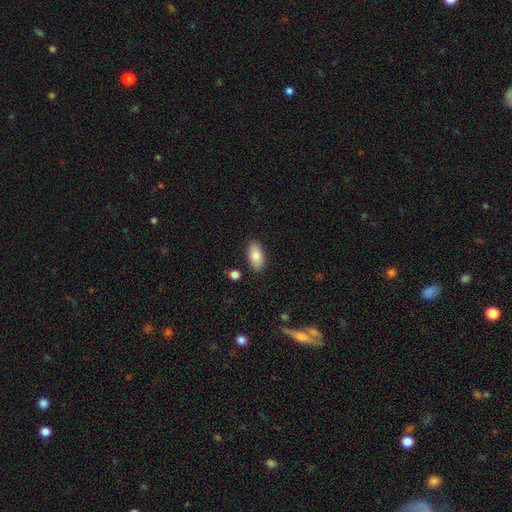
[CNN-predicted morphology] This appears to be a smooth galaxy with no disk features (84%) that is in between round and cigar-shaped (92%). Merging: none (86%).